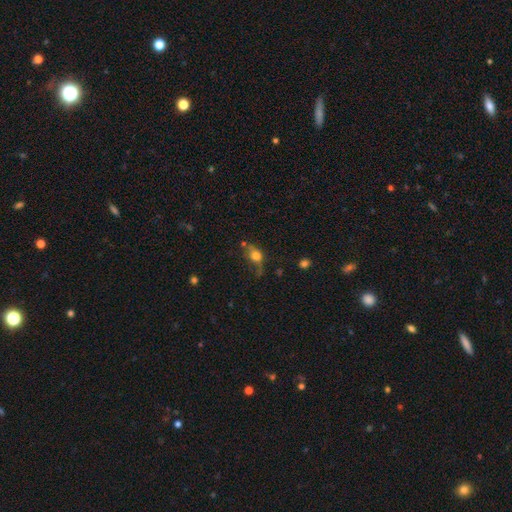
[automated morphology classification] smooth 66%, featured or disk 22%, star or artifact 12%. Down the decision tree: how rounded — in between (54%); merging — none (45%).